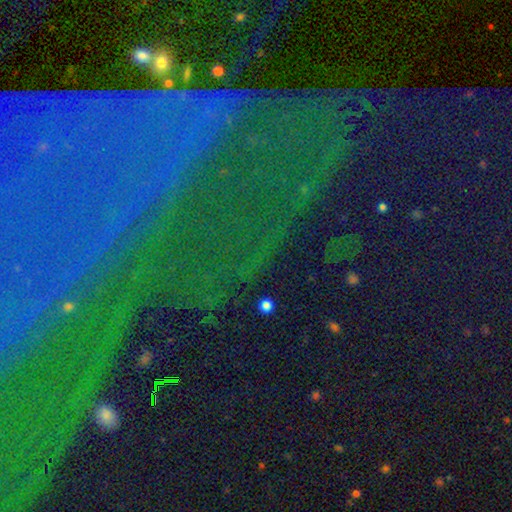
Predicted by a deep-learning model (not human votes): star or artifact 85%, featured or disk 8%, smooth 7%.